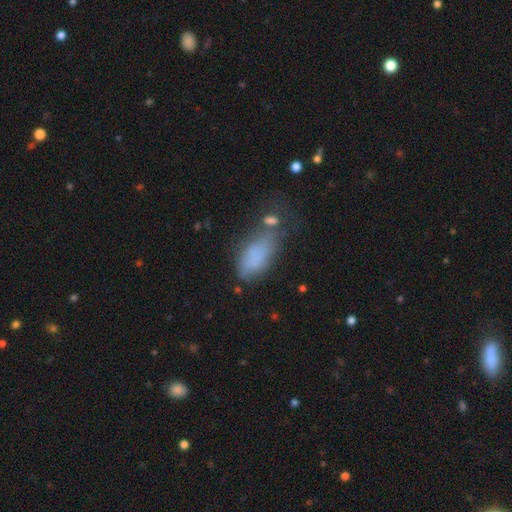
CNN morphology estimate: This is likely a smooth galaxy (73%). How rounded: clearly in between (85%). Merging: marginally none (41%).